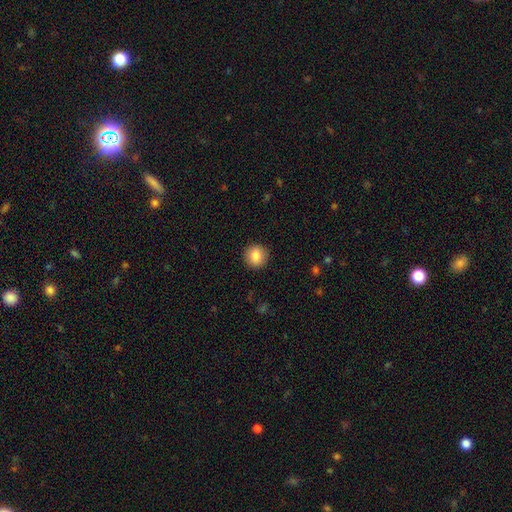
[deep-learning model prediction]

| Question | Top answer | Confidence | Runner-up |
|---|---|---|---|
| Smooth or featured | smooth | 86% | star or artifact (9%) |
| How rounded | round | 93% | in between (6%) |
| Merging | none | 92% | minor disturbance (5%) |